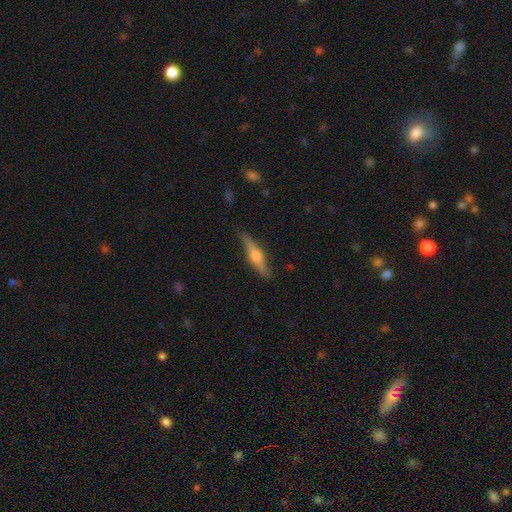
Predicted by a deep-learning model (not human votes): This is likely a featured or disk galaxy (68%). It is clearly viewed edge-on (91%). Edge-on bulge: clearly rounded (88%). Merging: likely none (79%).